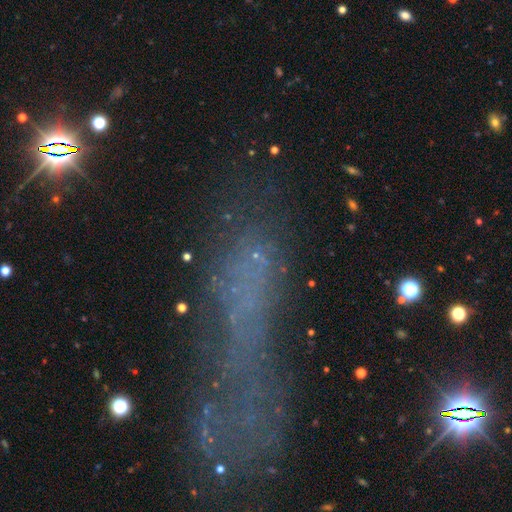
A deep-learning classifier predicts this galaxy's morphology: Q: Smooth or featured?
A: star or artifact (39%); runner-up: featured or disk (37%)